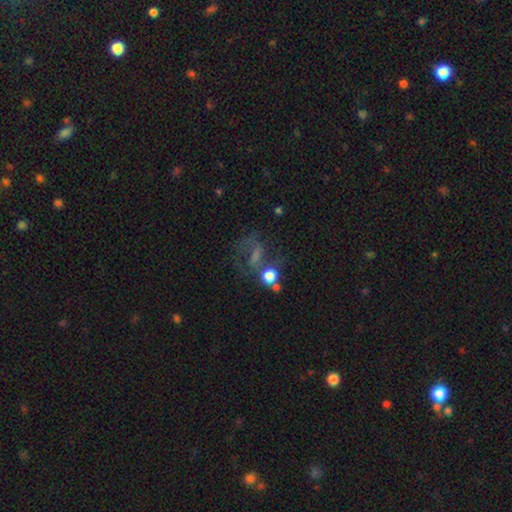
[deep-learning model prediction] Q: Smooth or featured?
A: featured or disk (39%); runner-up: smooth (32%)
Q: Merging?
A: none (38%); runner-up: major disturbance (31%)